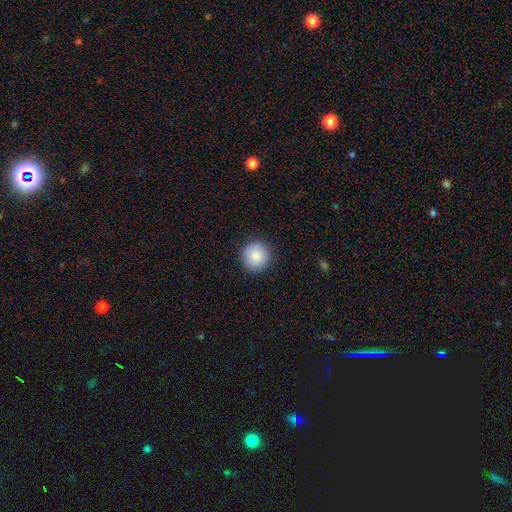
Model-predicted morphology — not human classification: smooth_or_featured: smooth (p=0.87) [alt: star or artifact p=0.08]
how_rounded: round (p=0.95) [alt: in between p=0.04]
merging: none (p=0.90) [alt: minor disturbance p=0.07]